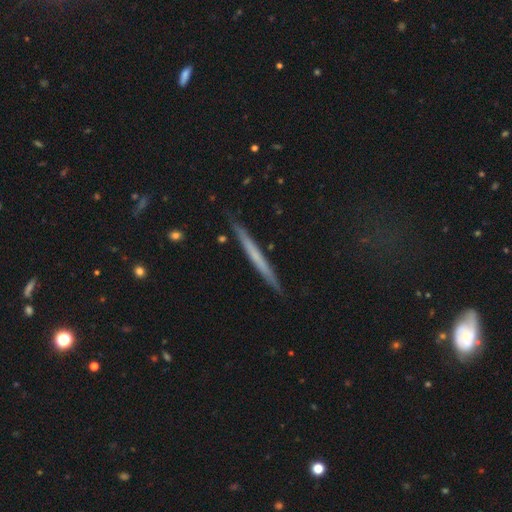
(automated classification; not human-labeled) Smooth or featured? featured or disk (47%)
Merging? none (89%)